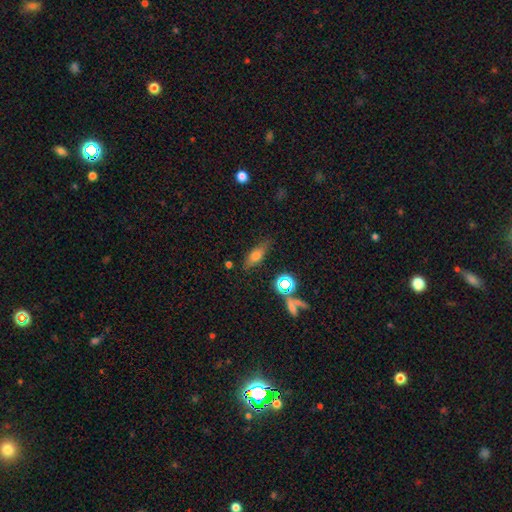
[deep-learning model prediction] smooth-or-featured: smooth: 62% | featured or disk: 23% | star or artifact: 15%
  how-rounded: in between: 62% | cigar-shaped: 30% | round: 9%
  merging: none: 75% | minor disturbance: 15% | major disturbance: 5% | merger: 4%